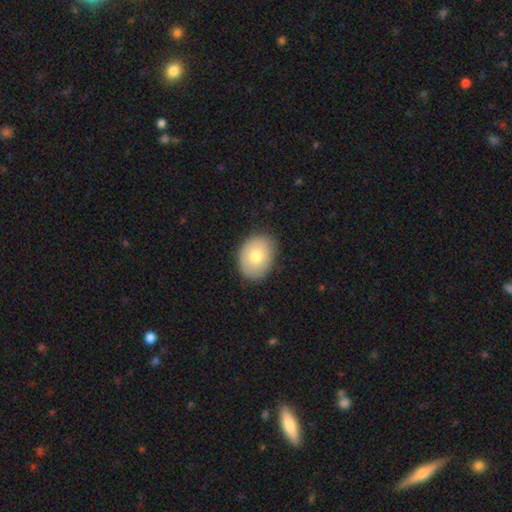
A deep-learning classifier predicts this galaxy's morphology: smooth-or-featured: smooth: 75% | featured or disk: 18% | star or artifact: 7%
  how-rounded: in between: 65% | round: 34% | cigar-shaped: 1%
  merging: none: 82% | minor disturbance: 14% | major disturbance: 3% | merger: 1%